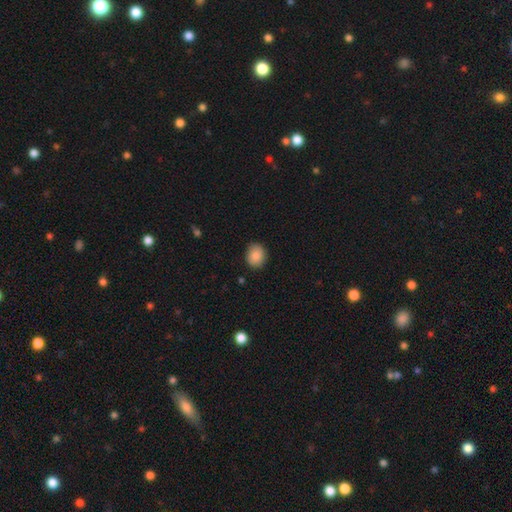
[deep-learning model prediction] Smooth or featured?
  - smooth: 88% *
  - star or artifact: 8%
  - featured or disk: 4%
How rounded?
  - round: 64% *
  - in between: 35%
  - cigar-shaped: 1%
Merging?
  - none: 84% *
  - minor disturbance: 12%
  - major disturbance: 2%
  - merger: 1%